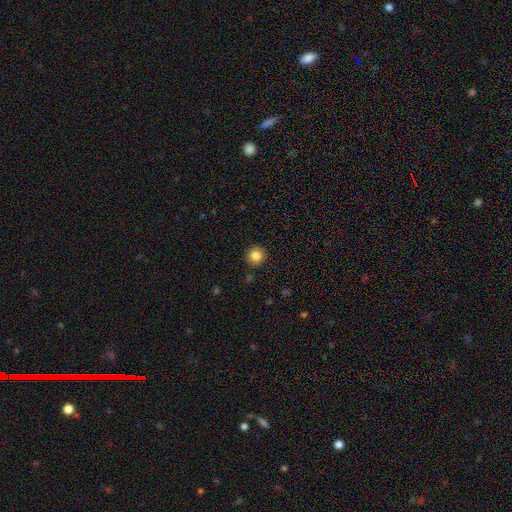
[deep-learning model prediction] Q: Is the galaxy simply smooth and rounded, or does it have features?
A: smooth — 83%.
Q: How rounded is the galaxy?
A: round — 93%.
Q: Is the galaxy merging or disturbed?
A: none — 91%.